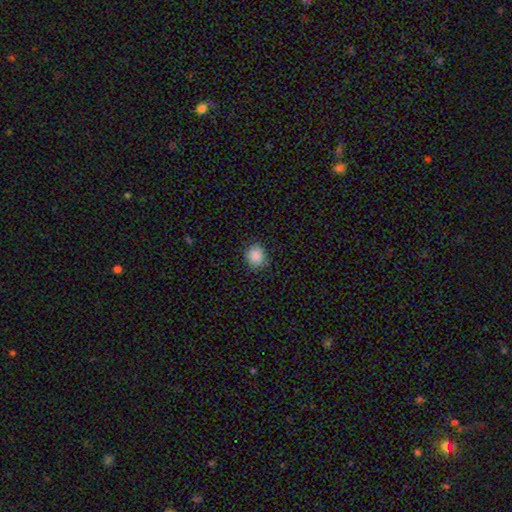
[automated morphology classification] This appears to be a smooth galaxy with no disk features (88%) that is round (72%). Merging: none (87%).